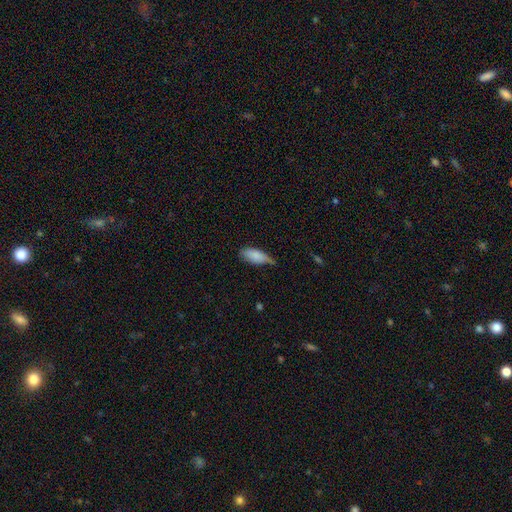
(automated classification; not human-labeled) Smooth or featured? smooth (83%)
How rounded? in between (81%)
Merging? minor disturbance (47%)